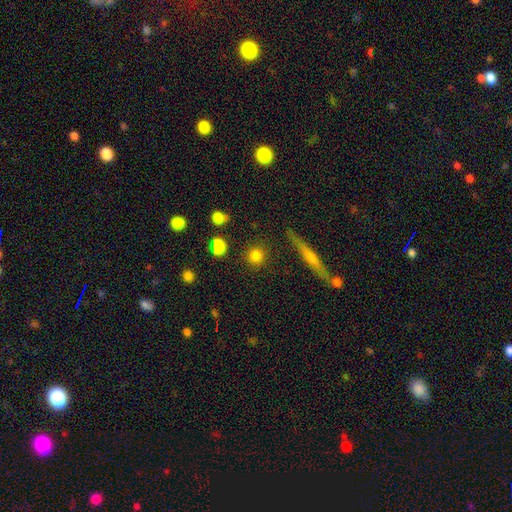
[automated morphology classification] Smooth or featured: smooth — 83% (star or artifact — 10%)
How rounded: round — 91% (in between — 6%)
Merging: none — 88% (minor disturbance — 7%)